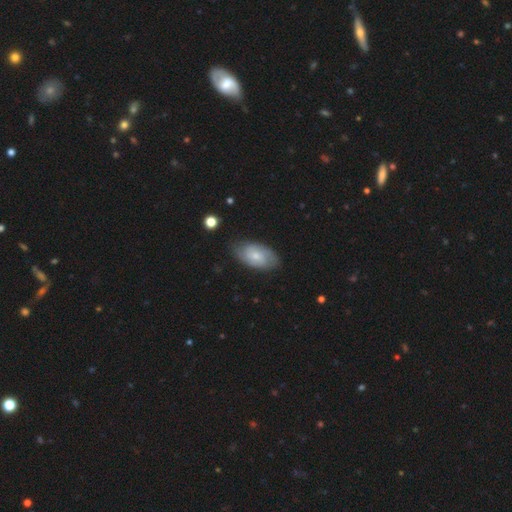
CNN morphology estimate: Smooth or featured: featured or disk — 54% (smooth — 40%)
Edge-on disk: no — 94% (yes — 6%)
Bar: no — 66% (weak — 30%)
Spiral arms: yes — 83% (no — 17%)
Bulge size: small — 59% (moderate — 35%)
Merging: none — 74% (minor disturbance — 20%)